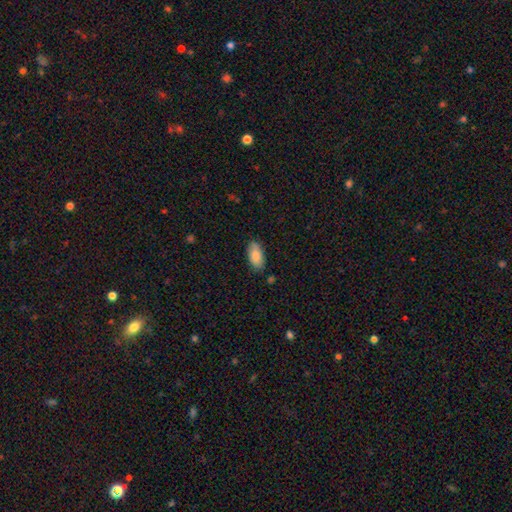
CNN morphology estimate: Q: Smooth or featured?
A: smooth (85%); runner-up: featured or disk (9%)
Q: How rounded?
A: in between (92%); runner-up: cigar-shaped (5%)
Q: Merging?
A: none (84%); runner-up: minor disturbance (12%)